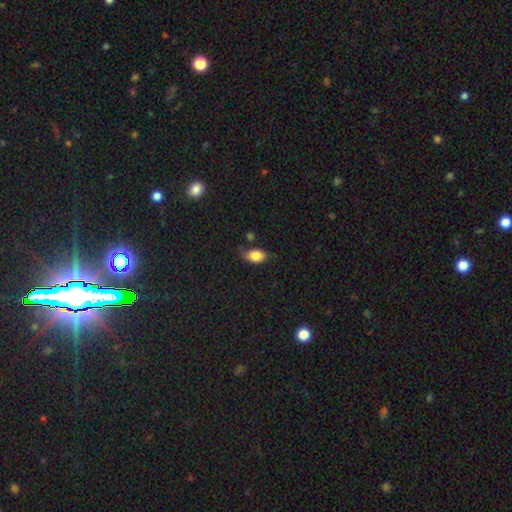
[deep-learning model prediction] Q: Smooth or featured?
A: smooth (80%); runner-up: featured or disk (12%)
Q: How rounded?
A: in between (88%); runner-up: round (10%)
Q: Merging?
A: none (58%); runner-up: minor disturbance (29%)